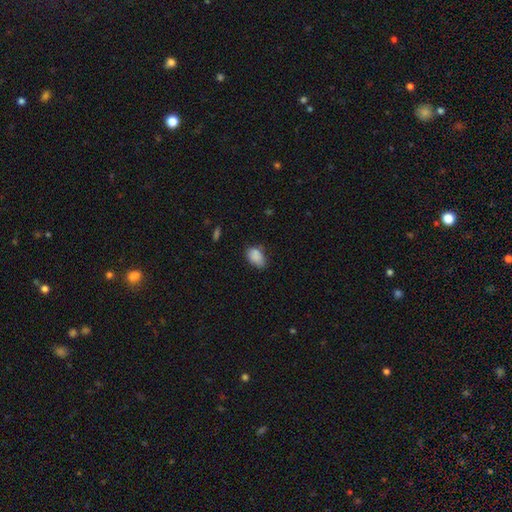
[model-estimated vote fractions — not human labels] Smooth or featured? smooth (85%)
How rounded? in between (87%)
Merging? none (56%)